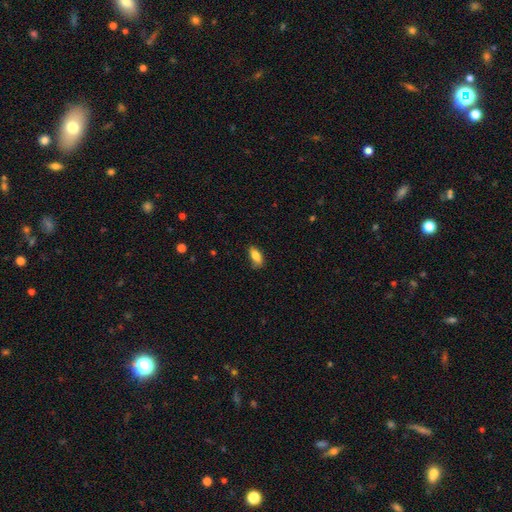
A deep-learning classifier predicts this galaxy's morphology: This appears to be a smooth galaxy with no disk features (82%) that is in between round and cigar-shaped (84%). Merging: none (69%).